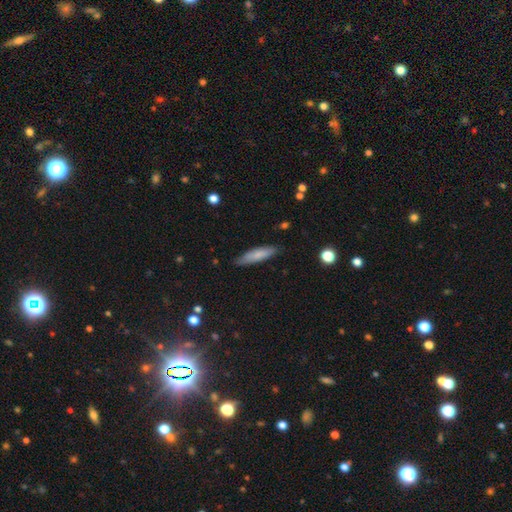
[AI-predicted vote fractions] The model was most divided on "how rounded": cigar-shaped: 74%, in between: 24%, round: 2%. More confident: merging — none (84%); smooth or featured — smooth (77%).